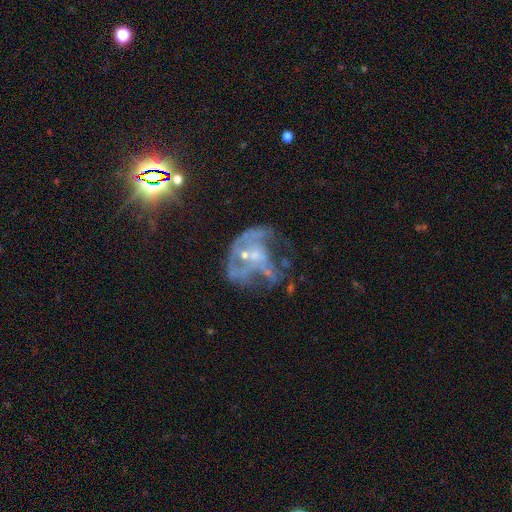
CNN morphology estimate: Smooth or featured? Predicted: featured or disk (p=0.71). Edge-on disk? Predicted: no (p=0.98). Bar? Predicted: no (p=0.80). Spiral arms? Predicted: no (p=0.60). Bulge size? Predicted: small (p=0.44). Merging? Predicted: major disturbance (p=0.41).